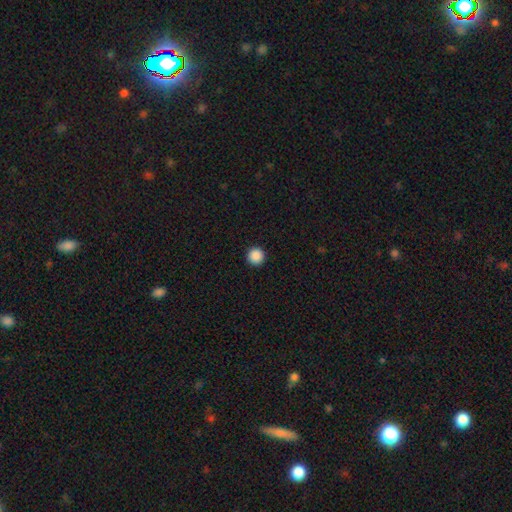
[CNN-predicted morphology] A smooth galaxy with no disk features (88%) that is round (97%).

Vote fractions:
- Smooth or featured? smooth: 88% / star or artifact: 10% / featured or disk: 2%
- How rounded? round: 97% / in between: 2% / cigar-shaped: 1%
- Merging? none: 94% / minor disturbance: 4% / major disturbance: 1% / merger: 1%